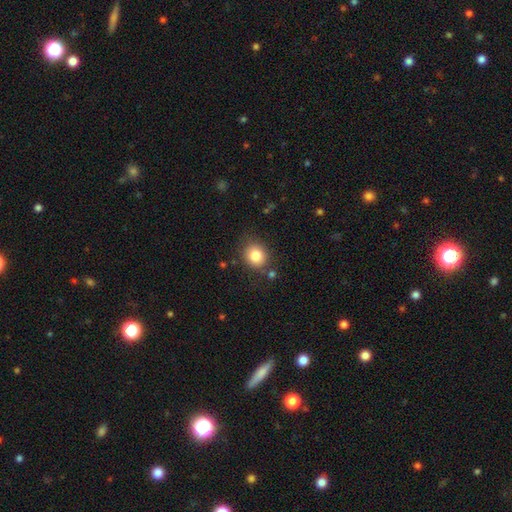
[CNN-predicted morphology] Overall: smooth (83%). How rounded: round (74%). Merging: none (79%).